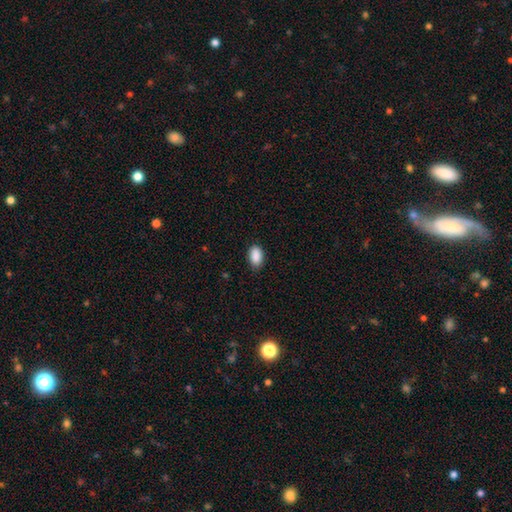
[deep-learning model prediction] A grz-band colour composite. It shows a smooth galaxy with no disk features (90%) that is in between round and cigar-shaped (91%). Merging: none (84%).